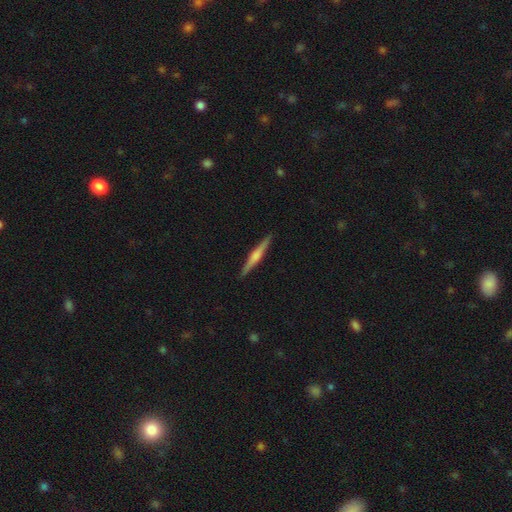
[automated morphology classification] A featured or disk galaxy (69%) viewed edge-on (98%) with a rounded central bulge (70%).

Vote fractions:
- Smooth or featured? featured or disk: 69% / smooth: 25% / star or artifact: 5%
- Edge-on disk? yes: 98% / no: 2%
- Edge-on bulge? rounded: 70% / boxy: 18% / none: 13%
- Merging? none: 93% / minor disturbance: 5% / major disturbance: 1% / merger: 1%